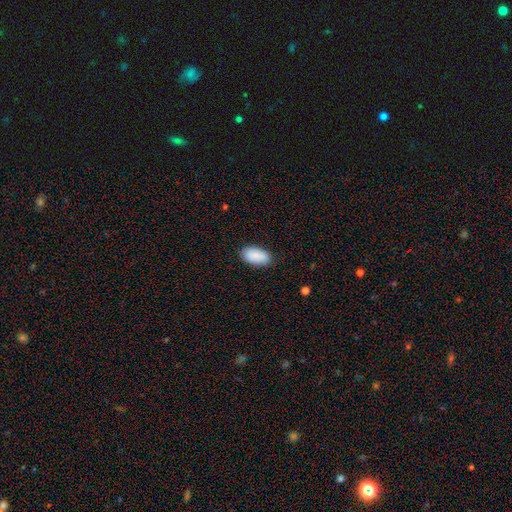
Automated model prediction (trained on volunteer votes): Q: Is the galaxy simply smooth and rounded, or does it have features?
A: smooth — 90%.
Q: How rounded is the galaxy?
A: in between — 95%.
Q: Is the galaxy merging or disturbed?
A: none — 85%.